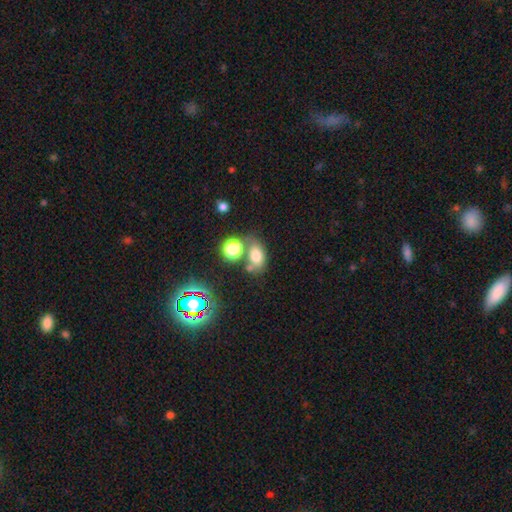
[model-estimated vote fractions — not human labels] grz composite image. It shows a smooth galaxy with no disk features (72%) that is in between round and cigar-shaped (78%). Merging: none (50%).